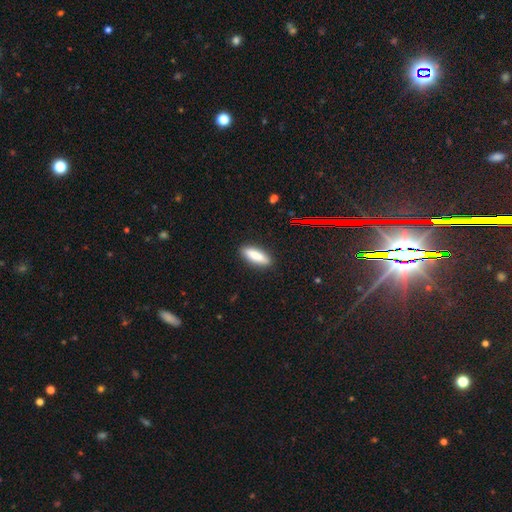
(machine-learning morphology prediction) This is clearly a smooth galaxy (84%). How rounded: likely in between (60%). Merging: clearly none (89%).